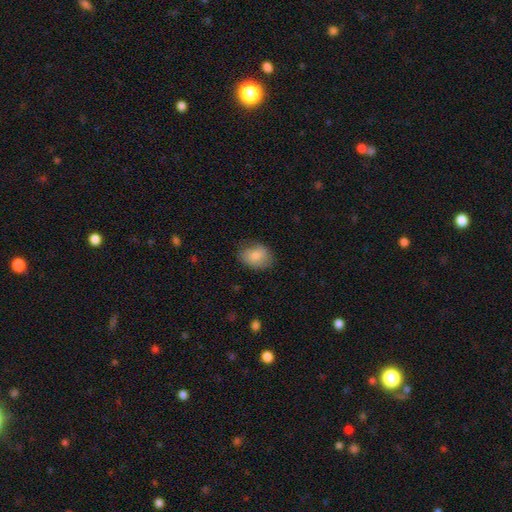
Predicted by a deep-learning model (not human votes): A smooth galaxy with no disk features (79%) that is in between round and cigar-shaped (63%). Merging: none (71%).